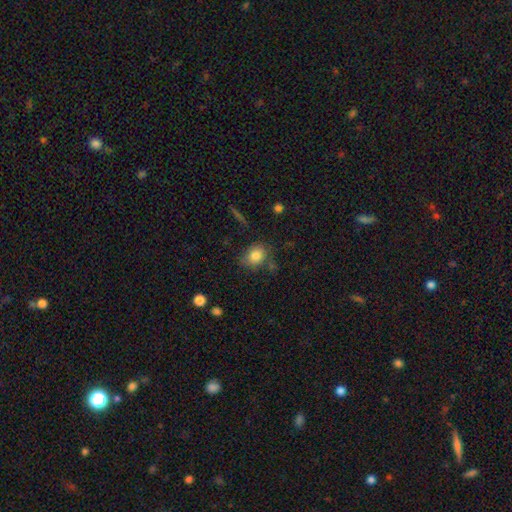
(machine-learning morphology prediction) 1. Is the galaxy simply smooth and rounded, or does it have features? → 82% smooth, 10% star or artifact, 8% featured or disk.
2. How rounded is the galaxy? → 58% round, 41% in between, 1% cigar-shaped.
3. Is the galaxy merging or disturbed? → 68% none, 20% minor disturbance, 6% major disturbance, 6% merger.